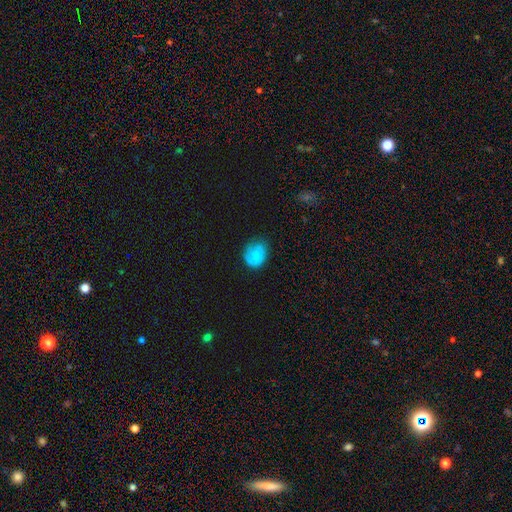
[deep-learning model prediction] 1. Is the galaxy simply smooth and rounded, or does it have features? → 69% smooth, 21% featured or disk, 10% star or artifact.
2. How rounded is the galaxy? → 59% round, 40% in between, 1% cigar-shaped.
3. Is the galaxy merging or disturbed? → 63% none, 26% minor disturbance, 9% major disturbance, 1% merger.